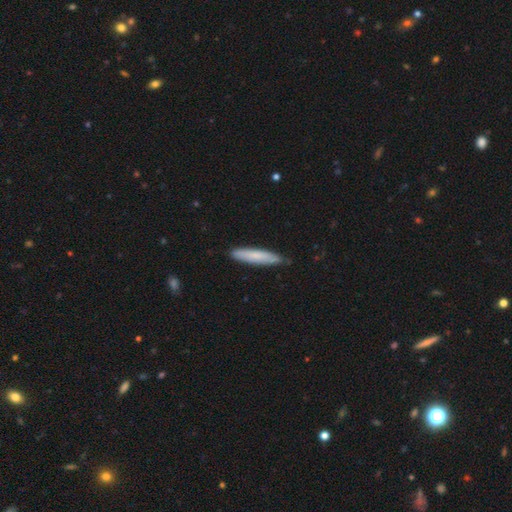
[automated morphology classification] This is likely a smooth galaxy (74%). How rounded: clearly cigar-shaped (90%). Merging: clearly none (86%).